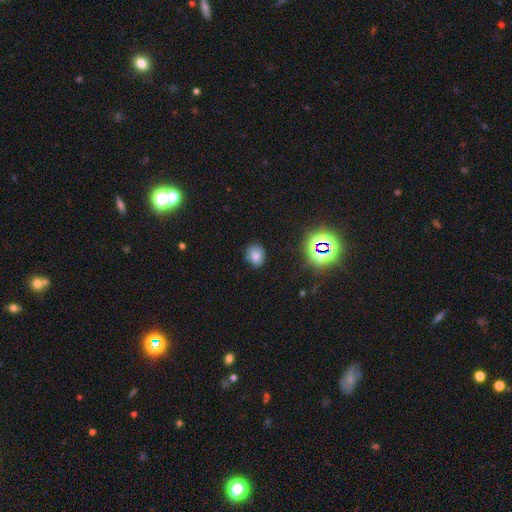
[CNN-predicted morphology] A smooth galaxy with no disk features (74%) that is round (63%). Merging: none (75%).